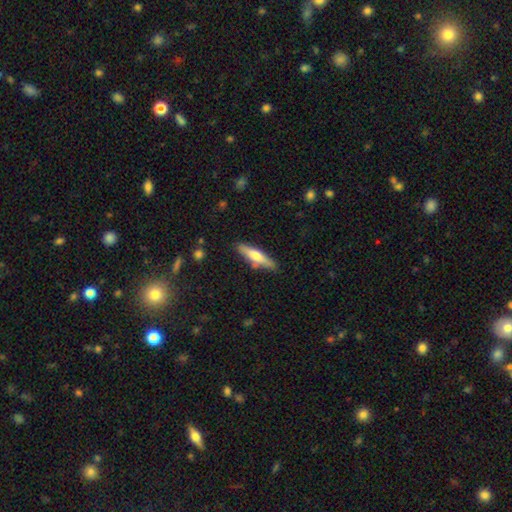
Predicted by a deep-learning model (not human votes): A smooth galaxy with no disk features (54%) that is cigar-shaped (79%). Merging: none (82%).